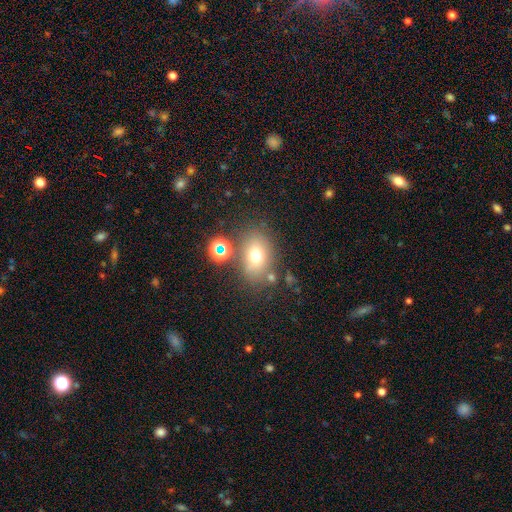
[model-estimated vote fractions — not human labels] The model was most divided on "how rounded": in between: 68%, round: 31%, cigar-shaped: 1%. More confident: merging — none (71%); smooth or featured — smooth (68%).